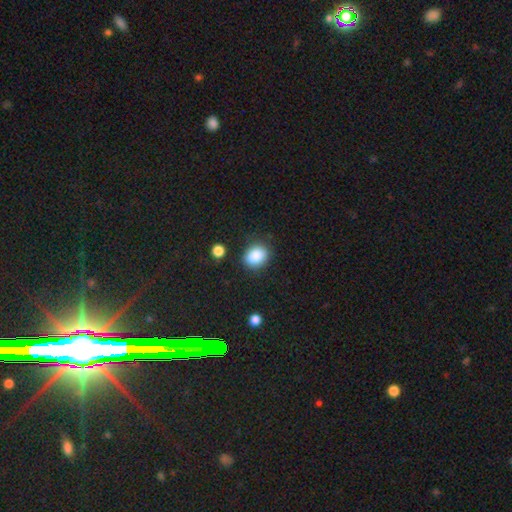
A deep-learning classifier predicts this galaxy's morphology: This appears to be a smooth galaxy with no disk features (87%) that is in between round and cigar-shaped (51%). Merging: none (82%).